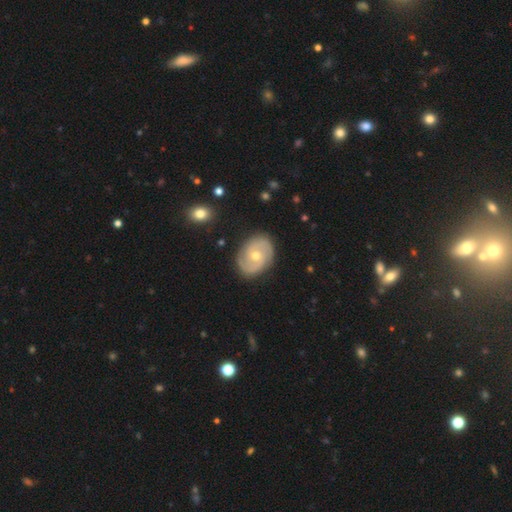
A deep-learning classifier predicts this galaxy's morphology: A featured or disk galaxy (80%) with no bar (66%), 2 (81%) tight (48%) spiral arms (92%) and a moderate central bulge (58%). Merging: none (85%).